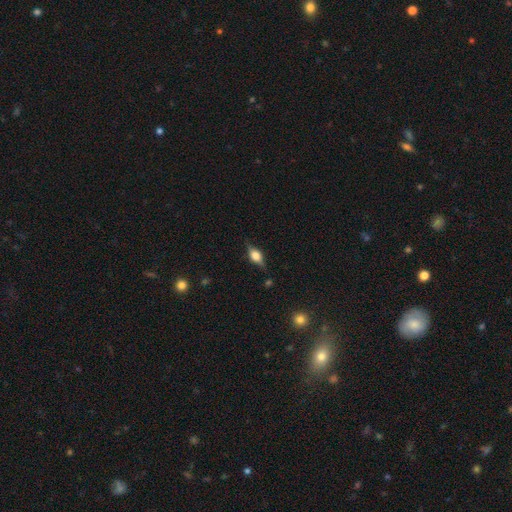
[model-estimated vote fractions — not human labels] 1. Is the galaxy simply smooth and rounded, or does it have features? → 54% featured or disk, 37% smooth, 9% star or artifact.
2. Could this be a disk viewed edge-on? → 93% yes, 7% no.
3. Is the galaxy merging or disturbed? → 77% none, 17% minor disturbance, 4% major disturbance, 2% merger.